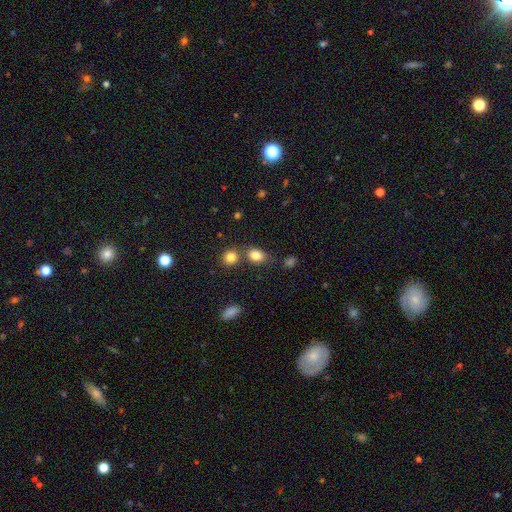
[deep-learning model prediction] Smooth or featured? smooth (83%)
How rounded? in between (67%)
Merging? none (61%)